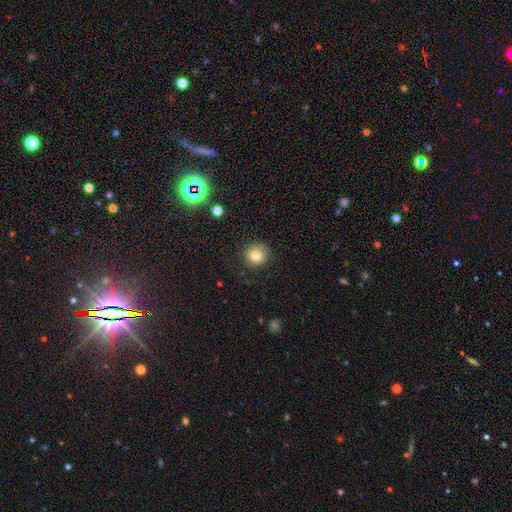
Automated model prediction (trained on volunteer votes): The model was most divided on "smooth or featured": smooth: 81%, star or artifact: 11%, featured or disk: 8%. More confident: how rounded — round (89%); merging — none (82%).